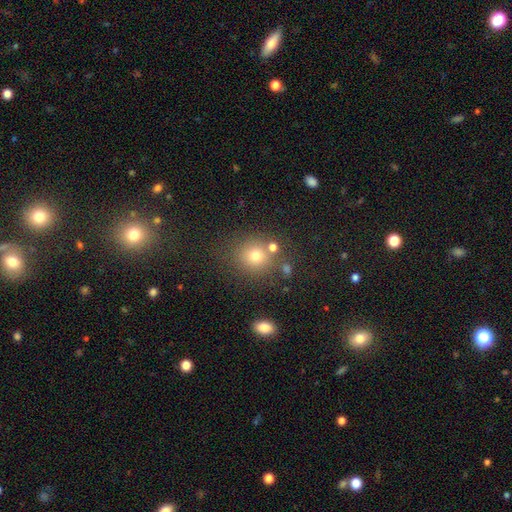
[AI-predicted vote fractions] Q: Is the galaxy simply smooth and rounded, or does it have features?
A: smooth — 74%.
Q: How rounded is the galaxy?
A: round — 85%.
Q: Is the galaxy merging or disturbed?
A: none — 74%.